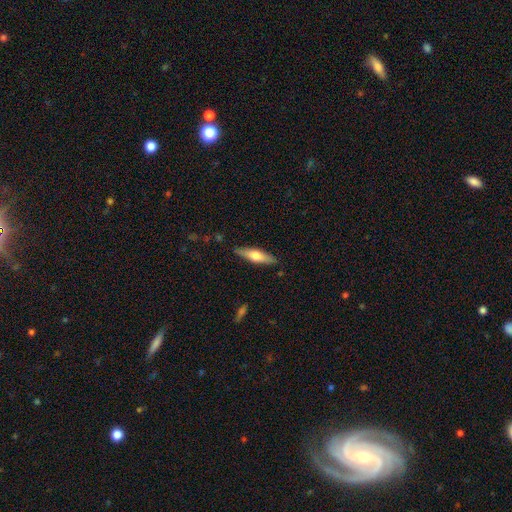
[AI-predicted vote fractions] A smooth galaxy with no disk features (51%) that is cigar-shaped (68%).

Vote fractions:
- Smooth or featured? smooth: 51% / featured or disk: 43% / star or artifact: 6%
- How rounded? cigar-shaped: 68% / in between: 30% / round: 2%
- Merging? none: 86% / minor disturbance: 10% / major disturbance: 2% / merger: 1%